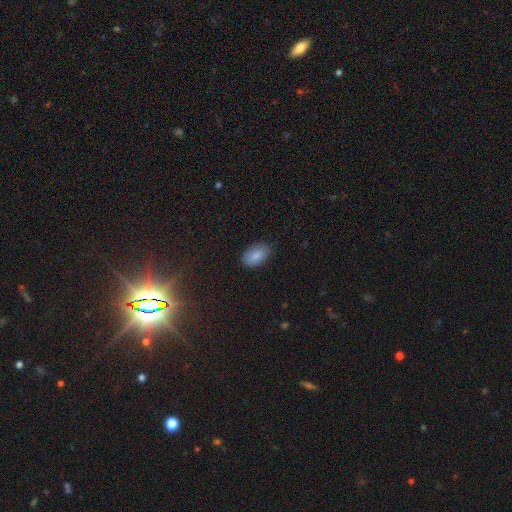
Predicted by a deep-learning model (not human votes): A smooth galaxy with no disk features (86%) that is in between round and cigar-shaped (92%).

Vote fractions:
- Smooth or featured? smooth: 86% / star or artifact: 7% / featured or disk: 7%
- How rounded? in between: 92% / round: 7% / cigar-shaped: 1%
- Merging? none: 78% / minor disturbance: 18% / major disturbance: 3% / merger: 1%